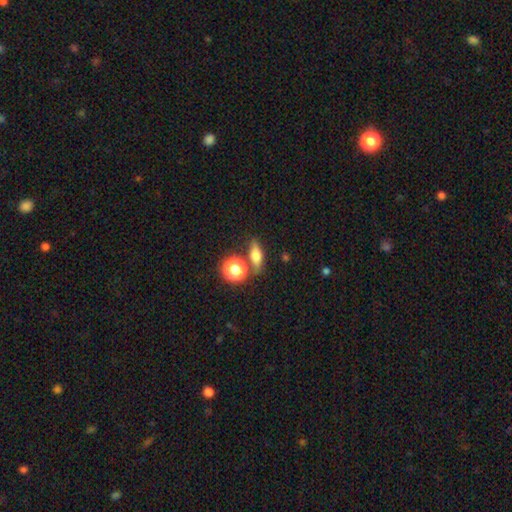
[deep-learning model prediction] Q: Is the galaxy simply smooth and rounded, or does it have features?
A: smooth — 54%.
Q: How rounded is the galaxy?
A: in between — 45%.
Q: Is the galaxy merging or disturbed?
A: none — 75%.